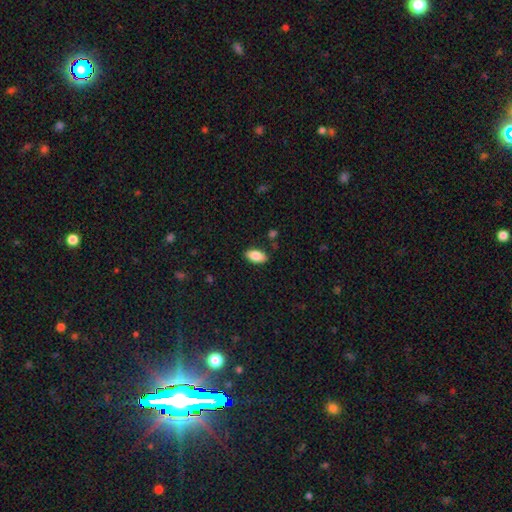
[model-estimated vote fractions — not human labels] A smooth galaxy with no disk features (85%) that is in between round and cigar-shaped (92%).

Vote fractions:
- Smooth or featured? smooth: 85% / featured or disk: 8% / star or artifact: 7%
- How rounded? in between: 92% / cigar-shaped: 5% / round: 3%
- Merging? none: 87% / minor disturbance: 9% / major disturbance: 2% / merger: 1%